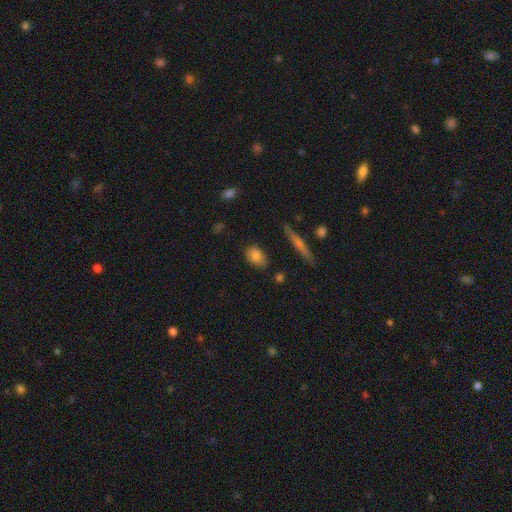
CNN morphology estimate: Smooth or featured?
  - smooth: 80% *
  - featured or disk: 12%
  - star or artifact: 8%
How rounded?
  - in between: 81% *
  - round: 15%
  - cigar-shaped: 4%
Merging?
  - none: 80% *
  - minor disturbance: 15%
  - major disturbance: 3%
  - merger: 2%